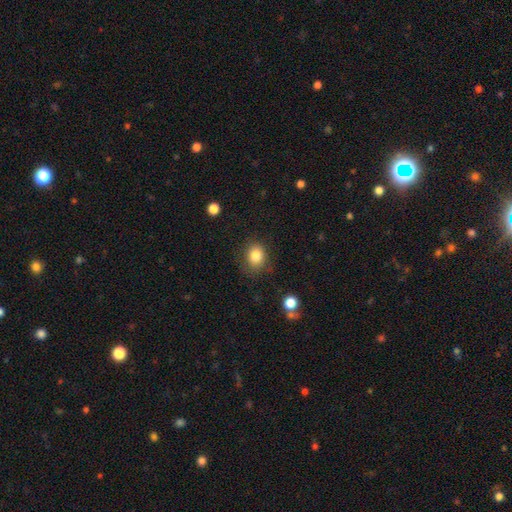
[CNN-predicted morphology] smooth_or_featured: smooth (p=0.83) [alt: star or artifact p=0.10]
how_rounded: round (p=0.56) [alt: in between p=0.43]
merging: none (p=0.76) [alt: minor disturbance p=0.17]